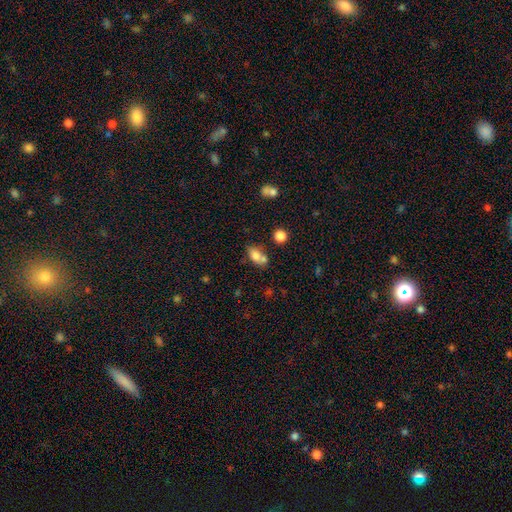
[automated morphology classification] Overall: smooth (76%). How rounded: in between (77%). Merging: none (47%; merger 34%).